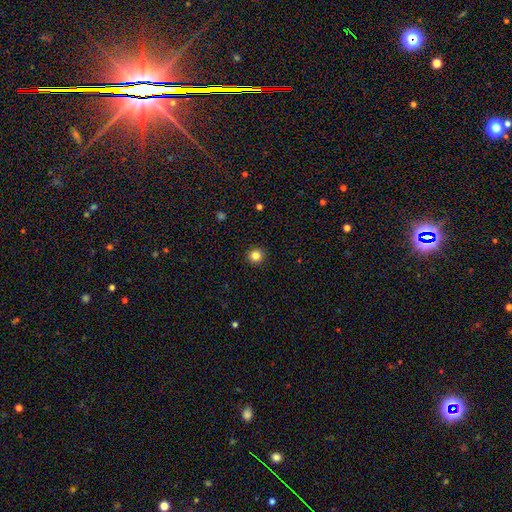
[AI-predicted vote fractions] A smooth galaxy with no disk features (83%) that is round (94%). Merging: none (93%).